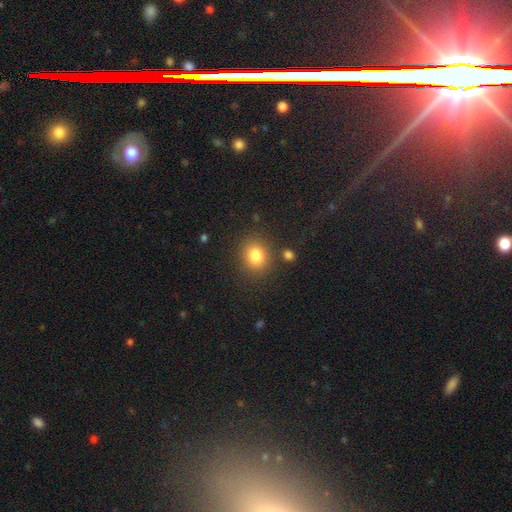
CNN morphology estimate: The model was most divided on "how rounded": round: 69%, in between: 30%, cigar-shaped: 1%. More confident: smooth or featured — smooth (82%); merging — none (82%).